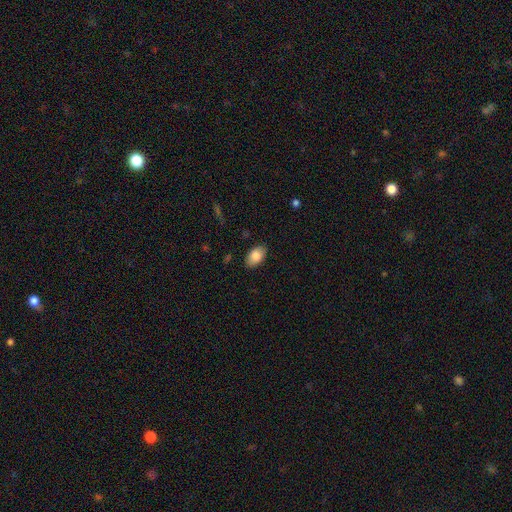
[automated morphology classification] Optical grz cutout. It shows a smooth galaxy with no disk features (84%) that is in between round and cigar-shaped (91%). Merging: none (86%).